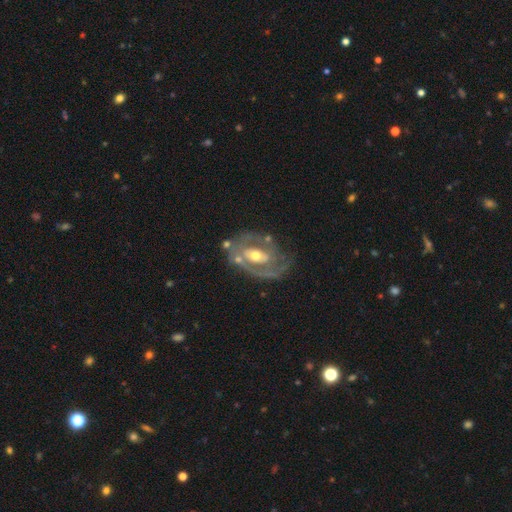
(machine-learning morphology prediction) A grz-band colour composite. It shows a featured or disk galaxy (81%) with no bar (49%), 2 (46%) tight (52%) spiral arms (69%) and a moderate central bulge (69%). Merging: none (60%).